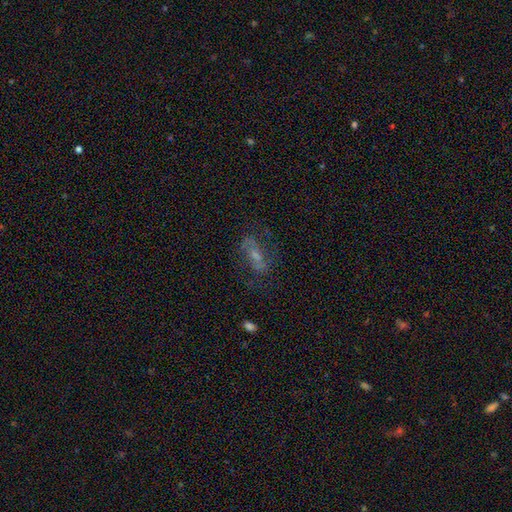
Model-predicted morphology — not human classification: smooth_or_featured: featured or disk (p=0.59) [alt: smooth p=0.26]
disk_edge_on: no (p=0.90) [alt: yes p=0.10]
bar: weak (p=0.40) [alt: no p=0.34]
has_spiral_arms: yes (p=0.74) [alt: no p=0.26]
bulge_size: small (p=0.44) [alt: moderate p=0.39]
merging: none (p=0.65) [alt: minor disturbance p=0.18]